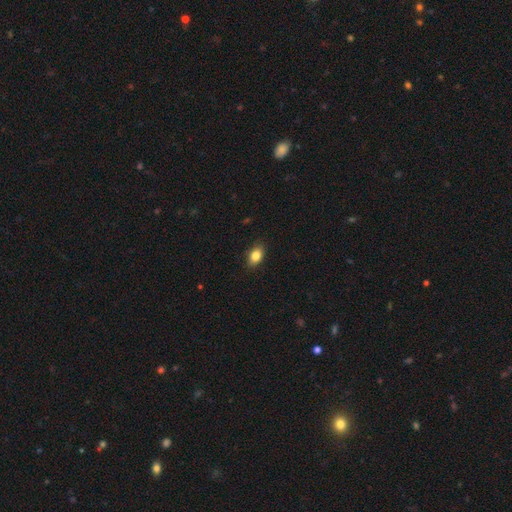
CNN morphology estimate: This is clearly a smooth galaxy (84%). How rounded: clearly in between (84%). Merging: clearly none (87%).